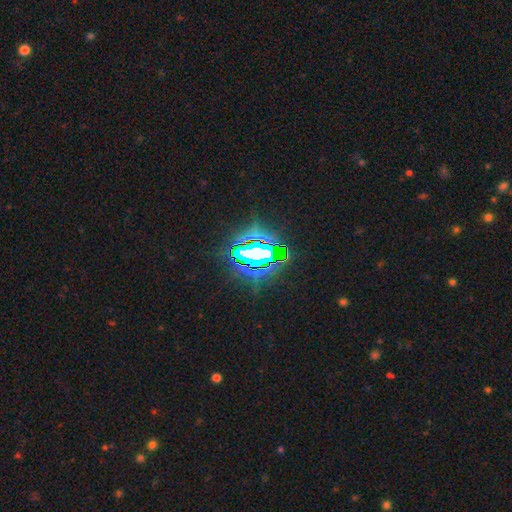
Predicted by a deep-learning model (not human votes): Morphology: type=star or artifact (79%).